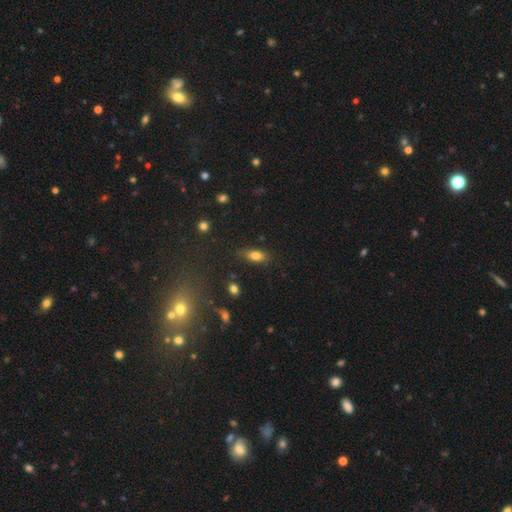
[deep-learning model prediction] Q: Smooth or featured?
A: smooth (79%); runner-up: featured or disk (12%)
Q: How rounded?
A: in between (80%); runner-up: cigar-shaped (16%)
Q: Merging?
A: none (78%); runner-up: minor disturbance (16%)